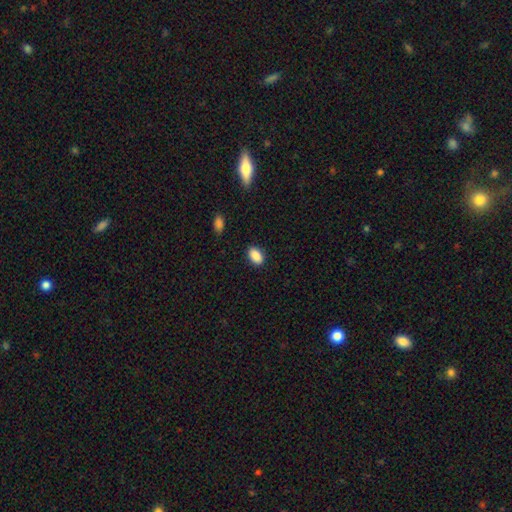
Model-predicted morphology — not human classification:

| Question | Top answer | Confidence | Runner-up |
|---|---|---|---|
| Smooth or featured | smooth | 89% | star or artifact (8%) |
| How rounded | in between | 89% | round (9%) |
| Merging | none | 88% | minor disturbance (9%) |